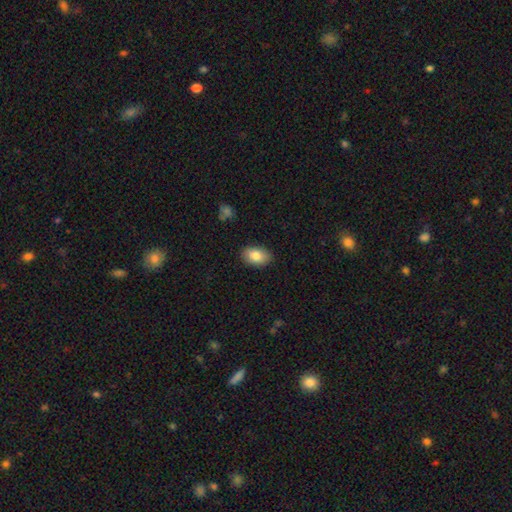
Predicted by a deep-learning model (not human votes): smooth-or-featured: smooth: 83% | featured or disk: 10% | star or artifact: 7%
  how-rounded: in between: 89% | round: 10% | cigar-shaped: 1%
  merging: none: 87% | minor disturbance: 10% | major disturbance: 2% | merger: 1%